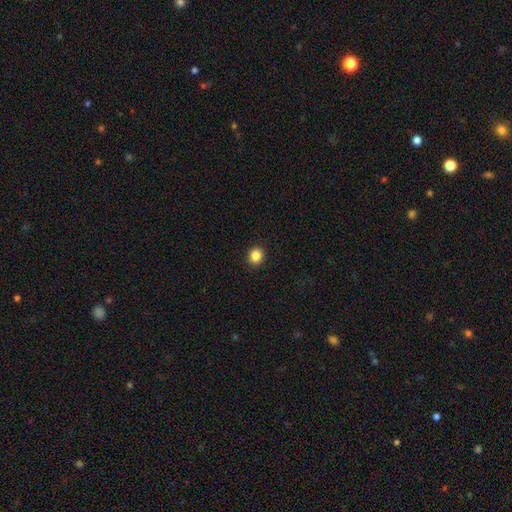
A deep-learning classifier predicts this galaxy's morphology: This appears to be a smooth galaxy with no disk features (85%) that is round (86%). Merging: none (93%).